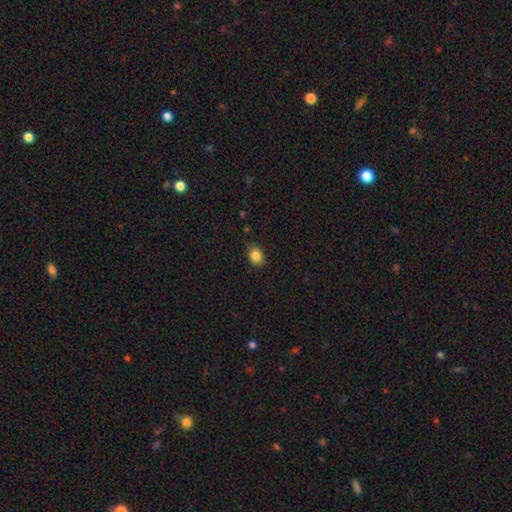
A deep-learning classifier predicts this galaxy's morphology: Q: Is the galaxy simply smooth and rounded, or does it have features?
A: smooth — 85%.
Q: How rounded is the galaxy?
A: round — 54%.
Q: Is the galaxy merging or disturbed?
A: none — 87%.